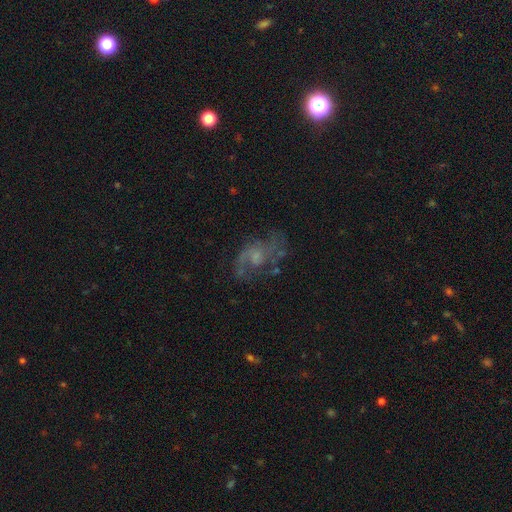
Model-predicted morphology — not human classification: A featured or disk galaxy (73%) with no bar (66%), 2 (67%) loose (46%) spiral arms (84%) and a small central bulge (40%). Merging: none (58%).